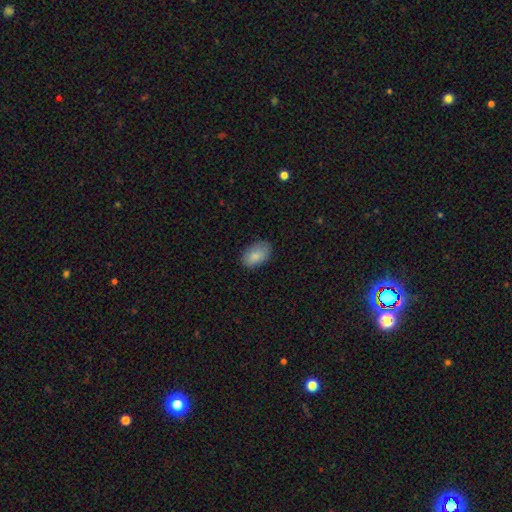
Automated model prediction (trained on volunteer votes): Overall: smooth (86%). How rounded: in between (92%). Merging: none (82%).